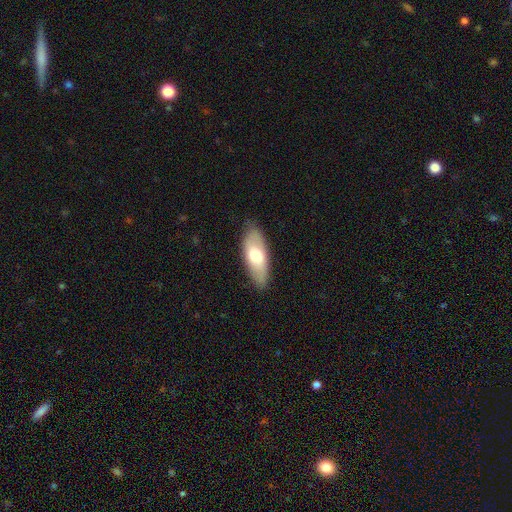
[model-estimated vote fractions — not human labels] Smooth or featured: smooth — 64% (featured or disk — 30%)
How rounded: in between — 80% (cigar-shaped — 18%)
Merging: none — 82% (minor disturbance — 14%)